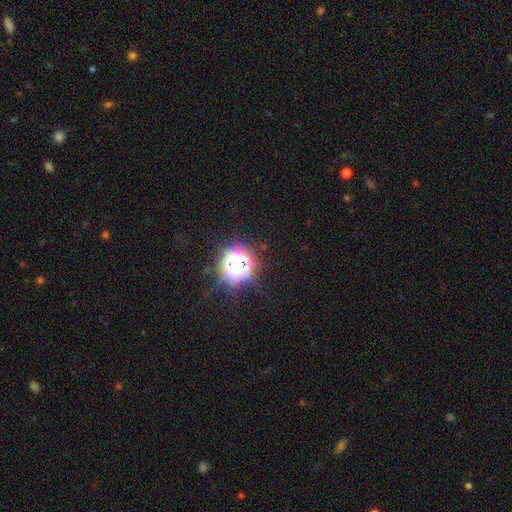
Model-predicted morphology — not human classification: This appears to be a star or artifact, not a galaxy (80%).